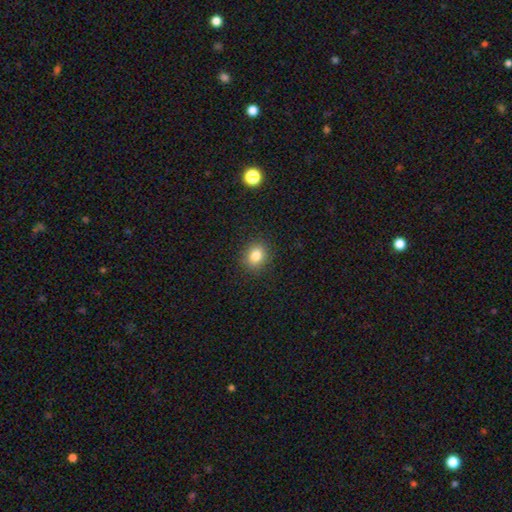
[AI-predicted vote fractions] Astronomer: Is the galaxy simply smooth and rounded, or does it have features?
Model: smooth — 82%.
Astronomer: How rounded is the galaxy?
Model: round — 68%.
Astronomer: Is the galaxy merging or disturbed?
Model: none — 89%.